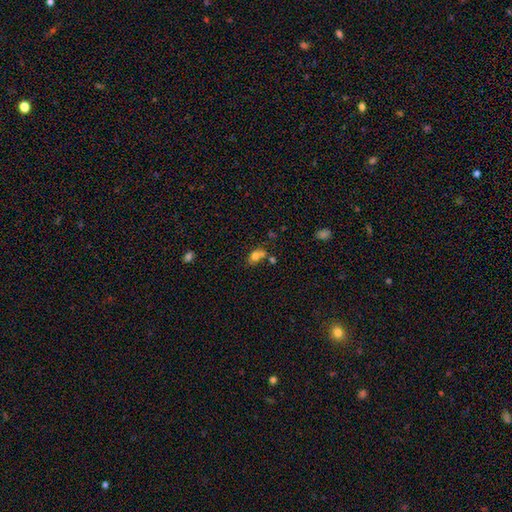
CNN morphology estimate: Overall: smooth (73%). How rounded: in between (60%; round 38%). Merging: merger (45%; none 36%).